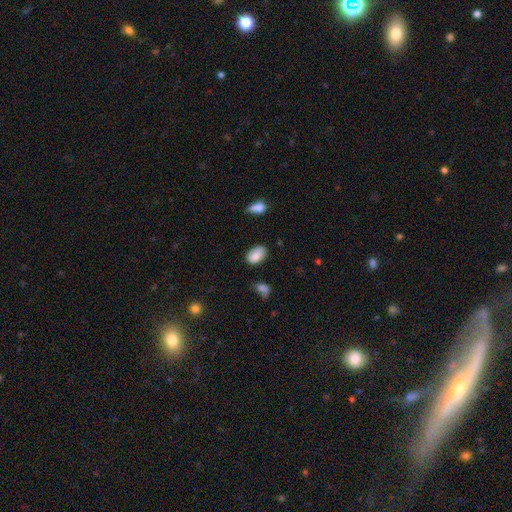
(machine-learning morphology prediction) This appears to be a smooth galaxy with no disk features (87%) that is in between round and cigar-shaped (92%). Merging: none (73%).